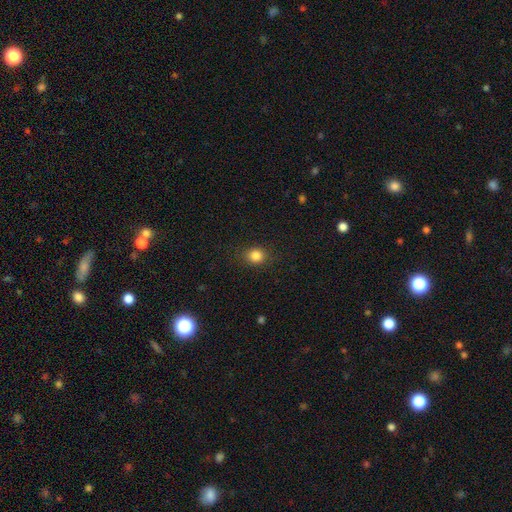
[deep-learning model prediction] This is clearly a smooth galaxy (84%). How rounded: likely round (75%). Merging: clearly none (87%).